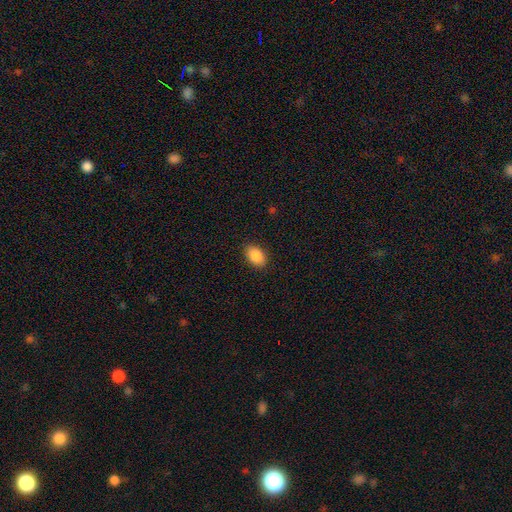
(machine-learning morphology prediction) A smooth galaxy with no disk features (89%) that is in between round and cigar-shaped (89%).

Vote fractions:
- Smooth or featured? smooth: 89% / star or artifact: 7% / featured or disk: 4%
- How rounded? in between: 89% / round: 10% / cigar-shaped: 1%
- Merging? none: 88% / minor disturbance: 9% / major disturbance: 2% / merger: 1%